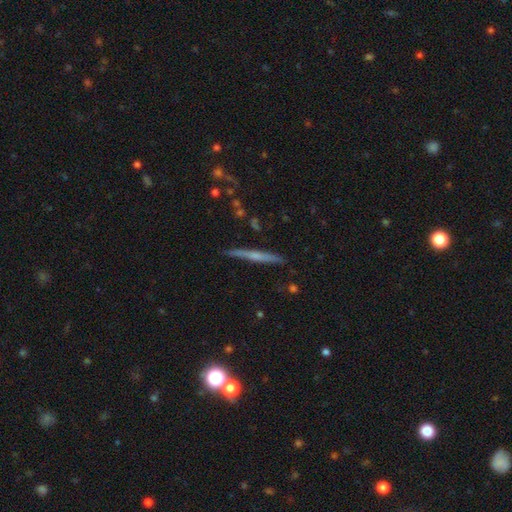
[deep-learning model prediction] Smooth or featured? featured or disk (60%)
Edge-on disk? yes (97%)
Edge-on bulge? rounded (51%)
Merging? none (87%)